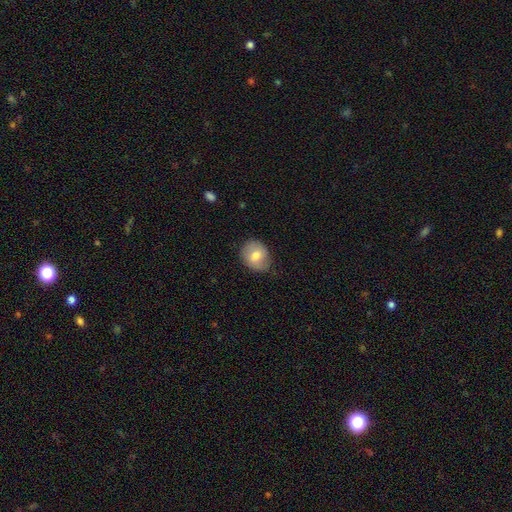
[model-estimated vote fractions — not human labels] smooth 72%, featured or disk 20%, star or artifact 7%. Down the decision tree: how rounded — round (55%); merging — none (75%).